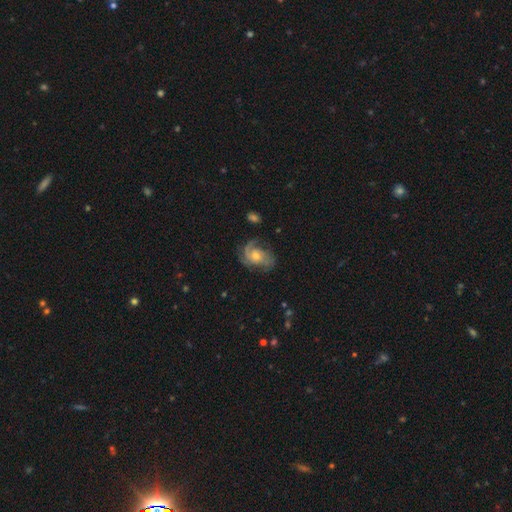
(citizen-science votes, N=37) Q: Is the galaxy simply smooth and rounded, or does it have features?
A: featured or disk — 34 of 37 (92%).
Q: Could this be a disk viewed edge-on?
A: no — 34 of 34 (100%).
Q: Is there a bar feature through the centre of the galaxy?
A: no — 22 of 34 (65%).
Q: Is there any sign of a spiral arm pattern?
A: yes — 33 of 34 (97%).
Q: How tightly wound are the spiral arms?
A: tight — 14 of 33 (42%).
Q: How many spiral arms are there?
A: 2 — 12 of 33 (36%).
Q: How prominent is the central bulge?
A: moderate — 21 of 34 (62%).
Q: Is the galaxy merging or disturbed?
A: none — 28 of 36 (78%).